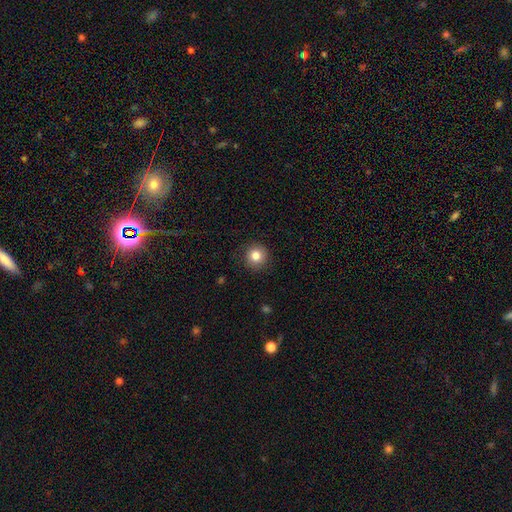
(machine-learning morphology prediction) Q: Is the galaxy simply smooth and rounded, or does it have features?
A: smooth — 83%.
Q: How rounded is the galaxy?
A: round — 94%.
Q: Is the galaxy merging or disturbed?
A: none — 91%.